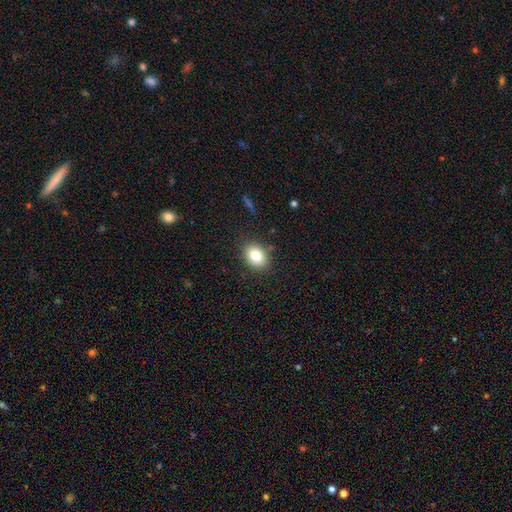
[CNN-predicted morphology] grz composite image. It shows a smooth galaxy with no disk features (81%) that is in between round and cigar-shaped (69%). Merging: none (87%).